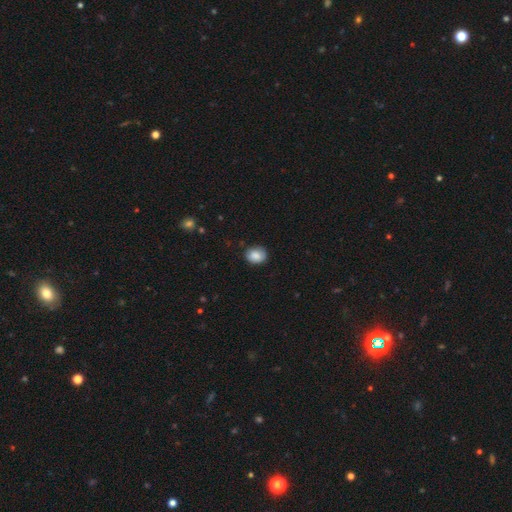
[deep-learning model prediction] Smooth or featured: smooth — 85% (star or artifact — 8%)
How rounded: round — 51% (in between — 48%)
Merging: none — 80% (minor disturbance — 16%)